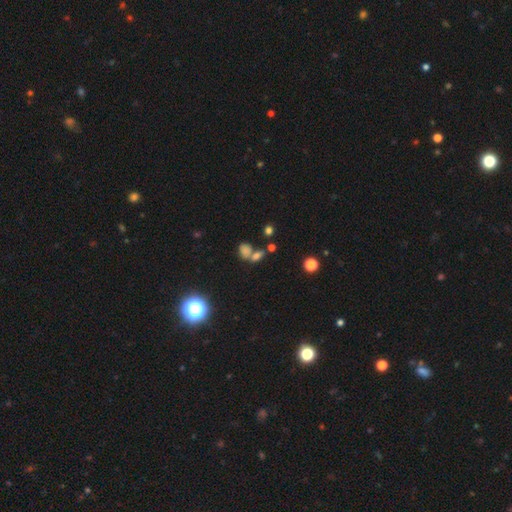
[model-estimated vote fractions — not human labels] Morphology: type=smooth (66%); roundness=in between (65%); merging=merger (48%).